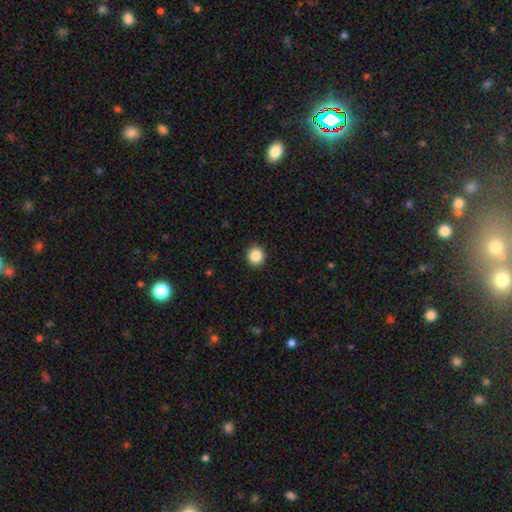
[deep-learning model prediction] smooth_or_featured: smooth (p=0.87) [alt: star or artifact p=0.09]
how_rounded: round (p=0.88) [alt: in between p=0.11]
merging: none (p=0.92) [alt: minor disturbance p=0.05]